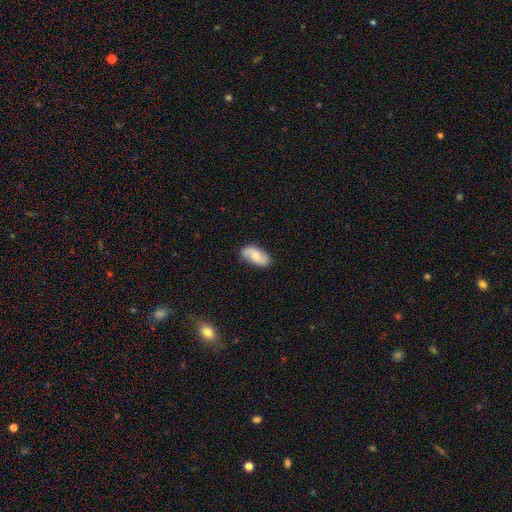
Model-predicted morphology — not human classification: smooth 55%, featured or disk 39%, star or artifact 7%. Down the decision tree: how rounded — in between (91%); merging — none (81%).